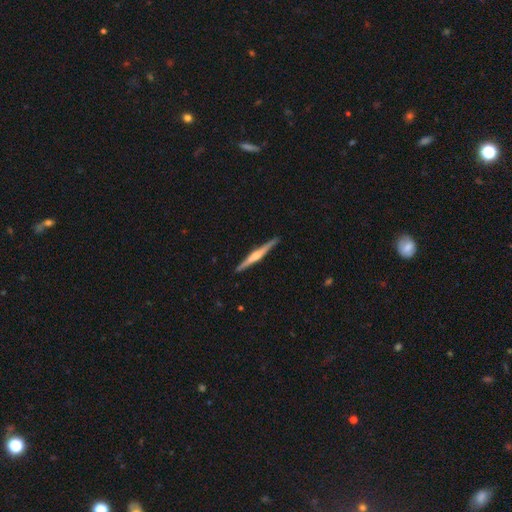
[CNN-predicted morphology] Overall: featured or disk (73%). Edge-on disk: yes (98%). Edge-on bulge: rounded (67%). Merging: none (91%).